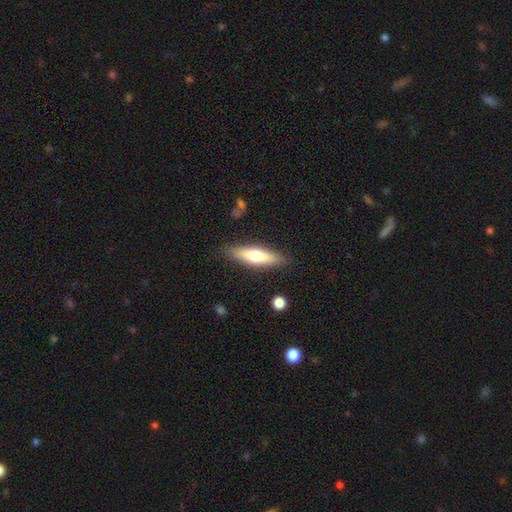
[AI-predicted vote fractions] smooth 63%, featured or disk 31%, star or artifact 6%. Down the decision tree: how rounded — cigar-shaped (66%); merging — none (85%).